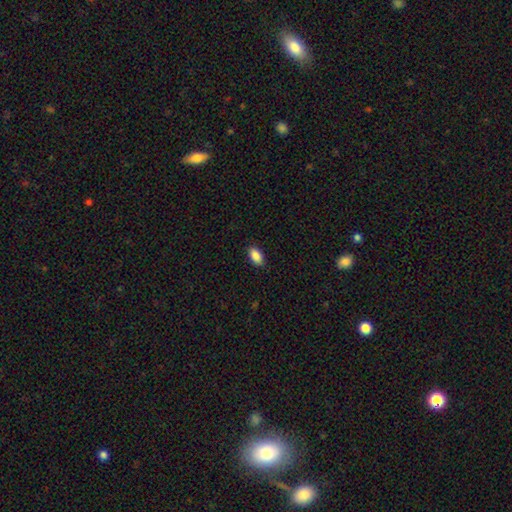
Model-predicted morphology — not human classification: Smooth or featured?
  - smooth: 88% *
  - star or artifact: 7%
  - featured or disk: 4%
How rounded?
  - in between: 93% *
  - round: 4%
  - cigar-shaped: 3%
Merging?
  - none: 88% *
  - minor disturbance: 9%
  - major disturbance: 2%
  - merger: 1%